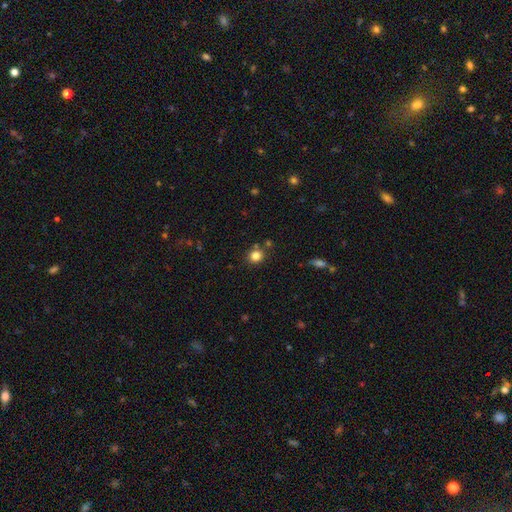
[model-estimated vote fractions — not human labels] smooth 82%, star or artifact 13%, featured or disk 5%. Down the decision tree: how rounded — round (86%); merging — none (81%).